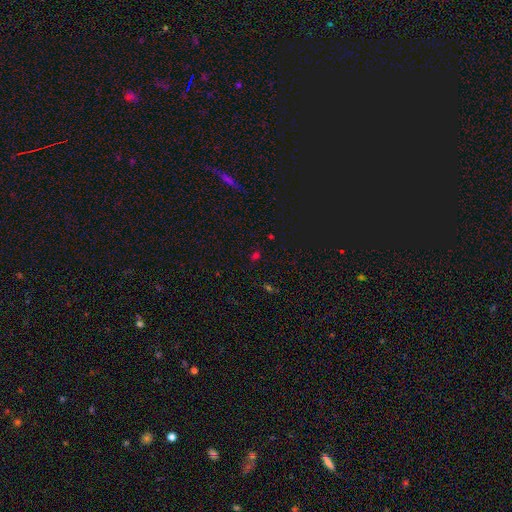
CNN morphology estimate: A smooth galaxy with no disk features (47%).

Vote fractions:
- Smooth or featured? smooth: 47% / star or artifact: 46% / featured or disk: 7%
- Merging? none: 74% / minor disturbance: 14% / merger: 7% / major disturbance: 6%